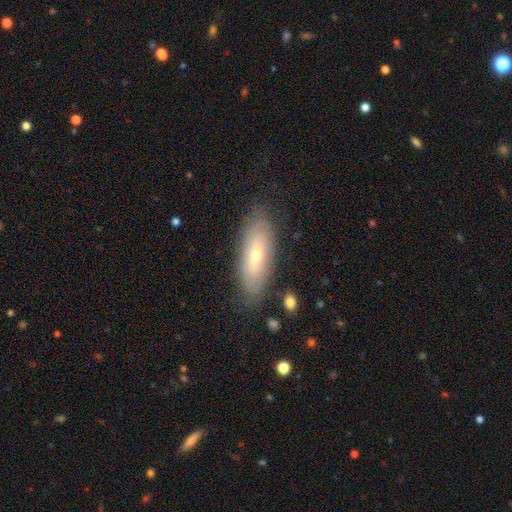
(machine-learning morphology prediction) This is possibly a smooth galaxy (55%). How rounded: likely in between (66%). Merging: clearly none (82%).